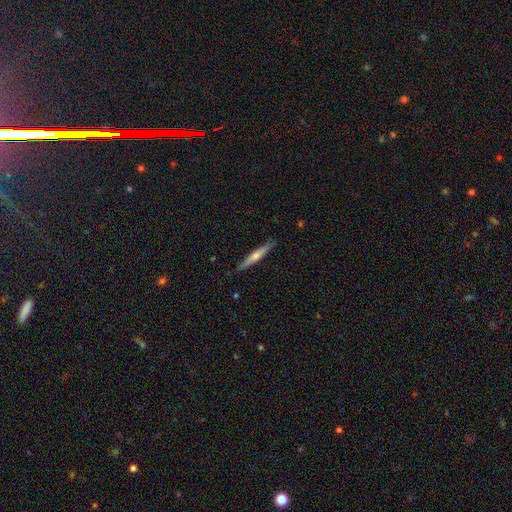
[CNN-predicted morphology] type=featured or disk (59%); edge-on=yes (96%); edge-on bulge=rounded (78%); merging=none (90%).